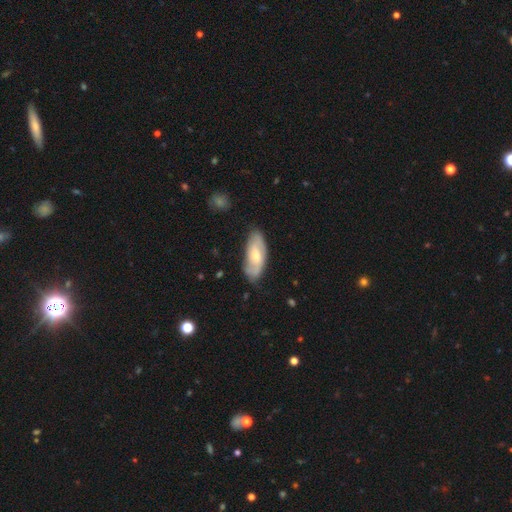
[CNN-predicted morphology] The model was most divided on "smooth or featured": featured or disk: 50%, smooth: 44%, star or artifact: 6%. More confident: edge-on disk — no (89%); merging — none (73%).